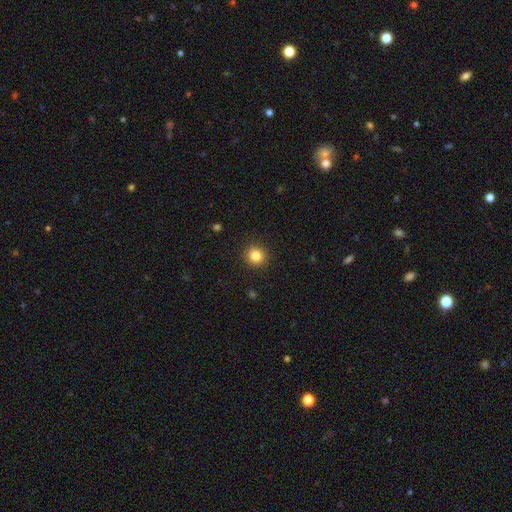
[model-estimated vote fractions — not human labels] Morphology: type=smooth (84%); roundness=round (92%); merging=none (92%).